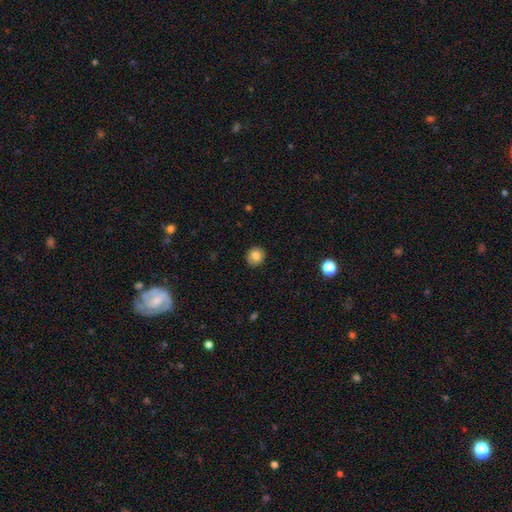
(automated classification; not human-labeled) Smooth or featured: smooth — 81% (featured or disk — 10%)
How rounded: round — 87% (in between — 12%)
Merging: none — 90% (minor disturbance — 7%)